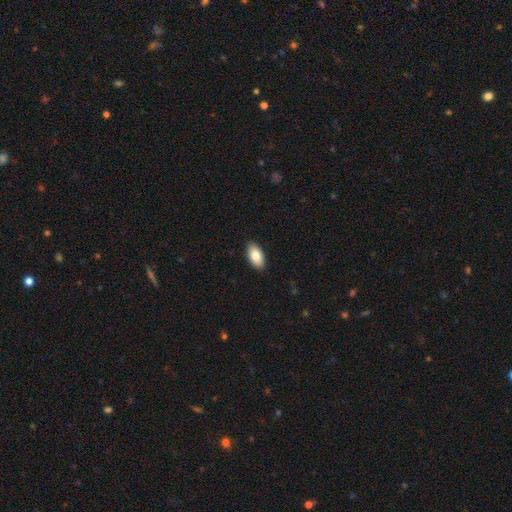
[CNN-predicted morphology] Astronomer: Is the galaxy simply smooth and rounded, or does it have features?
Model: smooth — 83%.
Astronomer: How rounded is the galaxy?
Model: in between — 94%.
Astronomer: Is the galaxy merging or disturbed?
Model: none — 90%.